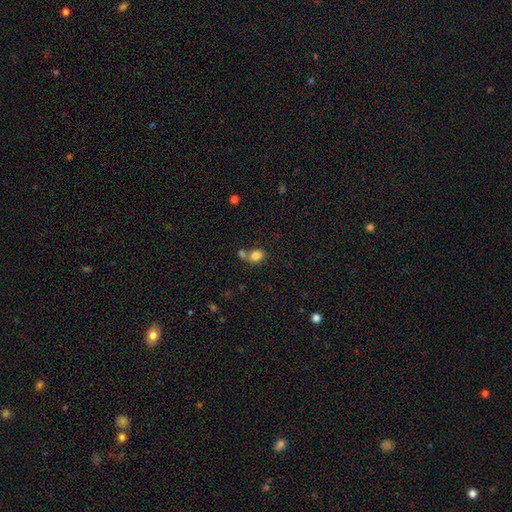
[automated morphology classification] smooth-or-featured: smooth: 82% | star or artifact: 10% | featured or disk: 8%
  how-rounded: in between: 52% | round: 46% | cigar-shaped: 1%
  merging: none: 46% | merger: 39% | minor disturbance: 11% | major disturbance: 4%